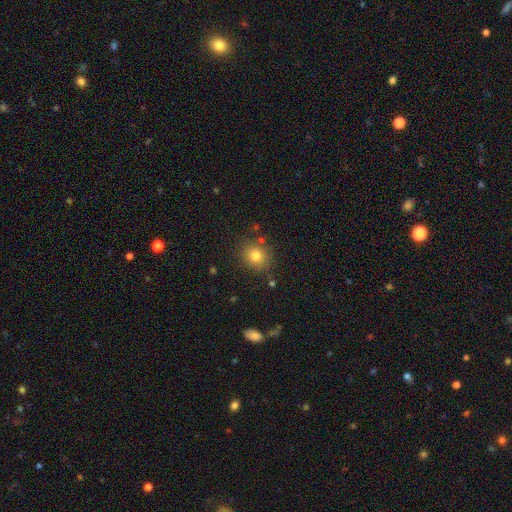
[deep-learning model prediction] Q: Smooth or featured?
A: smooth (79%); runner-up: star or artifact (13%)
Q: How rounded?
A: round (77%); runner-up: in between (22%)
Q: Merging?
A: none (81%); runner-up: minor disturbance (11%)